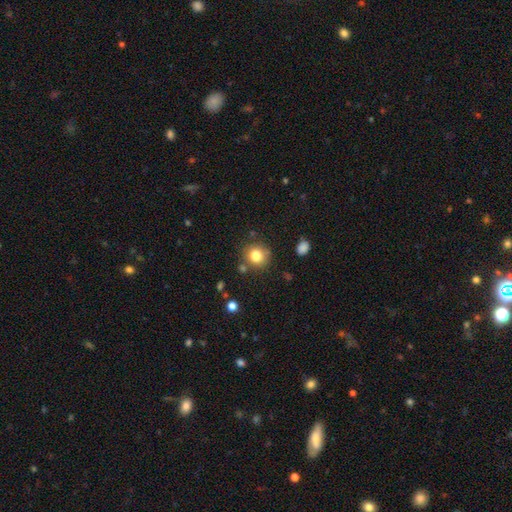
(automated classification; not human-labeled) smooth 81%, star or artifact 11%, featured or disk 8%. Down the decision tree: how rounded — round (87%); merging — none (80%).